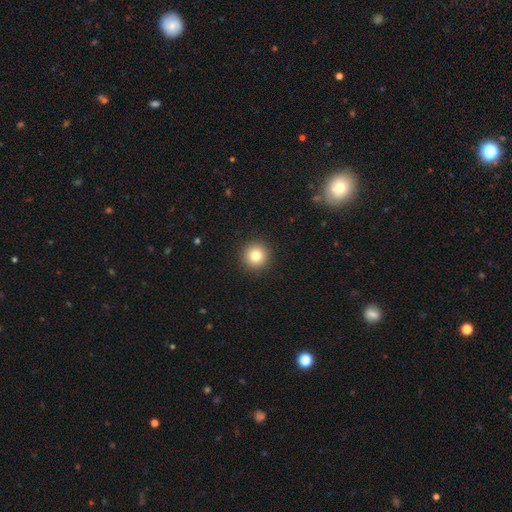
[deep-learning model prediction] smooth-or-featured: smooth: 81% | star or artifact: 11% | featured or disk: 7%
  how-rounded: round: 95% | in between: 4% | cigar-shaped: 1%
  merging: none: 93% | minor disturbance: 5% | major disturbance: 2% | merger: 1%